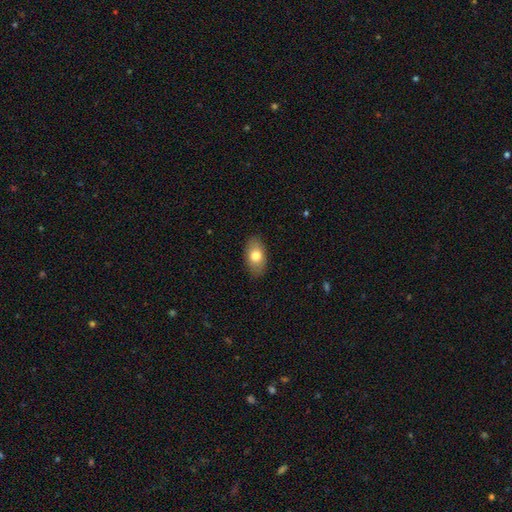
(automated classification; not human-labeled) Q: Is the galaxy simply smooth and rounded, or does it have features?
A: smooth — 76%.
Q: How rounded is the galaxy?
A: in between — 91%.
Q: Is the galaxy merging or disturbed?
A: none — 86%.